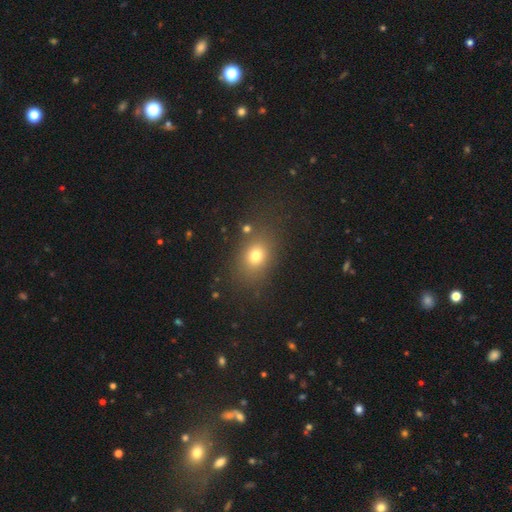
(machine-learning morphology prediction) smooth-or-featured: smooth: 74% | star or artifact: 16% | featured or disk: 10%
  how-rounded: in between: 56% | round: 43% | cigar-shaped: 2%
  merging: none: 78% | minor disturbance: 12% | major disturbance: 6% | merger: 4%